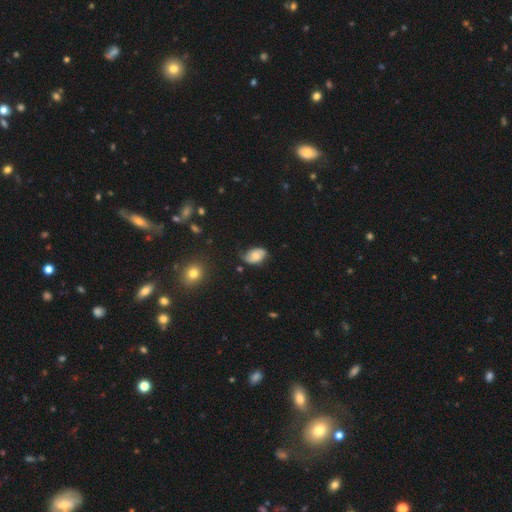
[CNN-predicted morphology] A smooth galaxy with no disk features (50%).

Vote fractions:
- Smooth or featured? smooth: 50% / featured or disk: 42% / star or artifact: 9%
- Merging? none: 61% / minor disturbance: 29% / major disturbance: 8% / merger: 2%